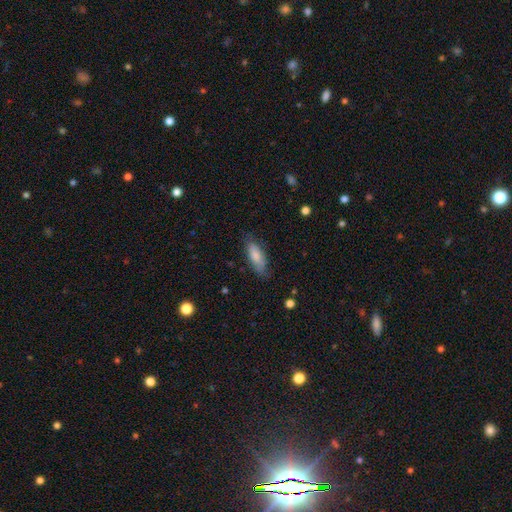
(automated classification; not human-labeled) The model was most divided on "how rounded": in between: 71%, cigar-shaped: 27%, round: 2%. More confident: smooth or featured — smooth (79%); merging — none (72%).